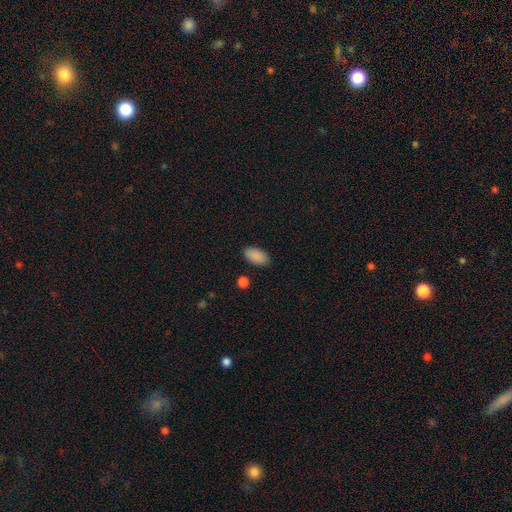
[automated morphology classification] smooth 90%, star or artifact 7%, featured or disk 3%. Down the decision tree: how rounded — in between (94%); merging — none (87%).